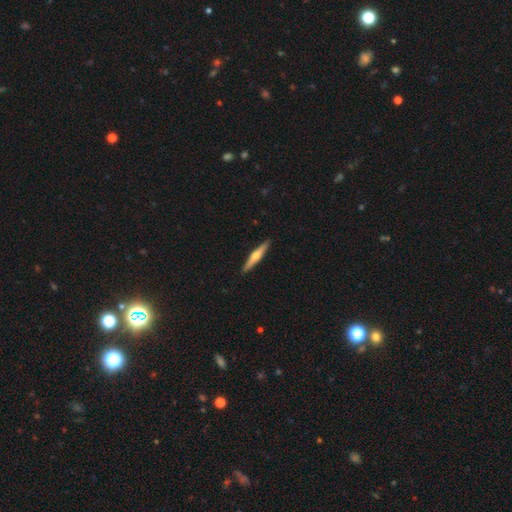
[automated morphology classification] Smooth or featured? featured or disk (63%)
Edge-on disk? yes (97%)
Edge-on bulge? rounded (92%)
Merging? none (92%)